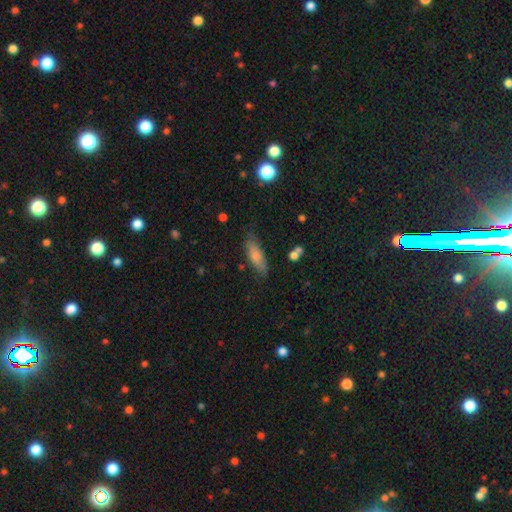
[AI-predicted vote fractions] Overall: smooth (76%). How rounded: in between (52%; cigar-shaped 46%). Merging: none (73%).